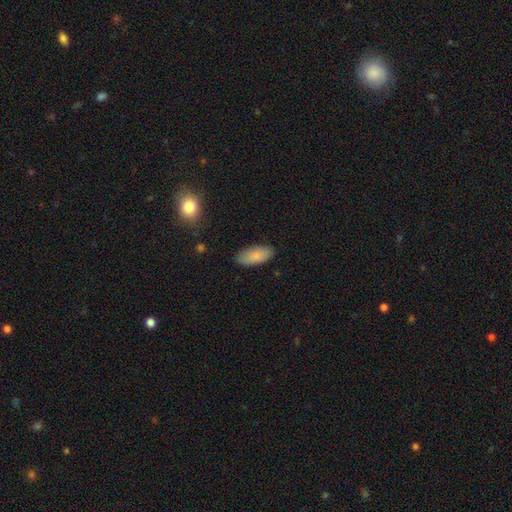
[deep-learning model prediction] This is clearly a smooth galaxy (87%). How rounded: clearly in between (87%). Merging: clearly none (86%).